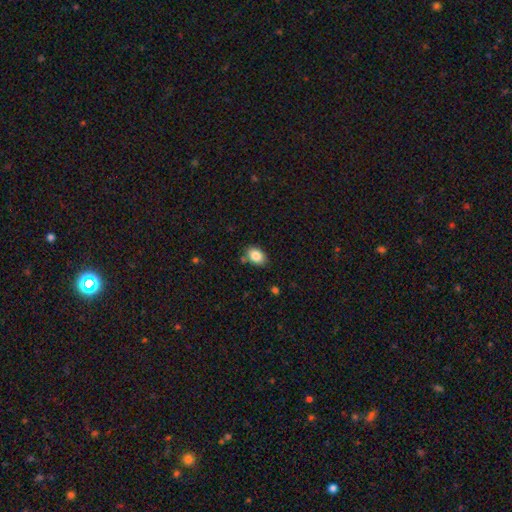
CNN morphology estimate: This is clearly a smooth galaxy (86%). How rounded: clearly in between (80%). Merging: likely none (78%).